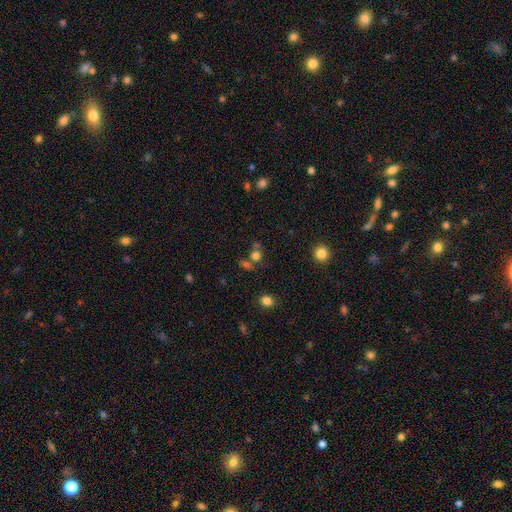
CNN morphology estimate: Smooth or featured?
  - smooth: 71% *
  - star or artifact: 21%
  - featured or disk: 8%
How rounded?
  - round: 81% *
  - in between: 18%
  - cigar-shaped: 1%
Merging?
  - none: 56% *
  - merger: 29%
  - minor disturbance: 9%
  - major disturbance: 5%